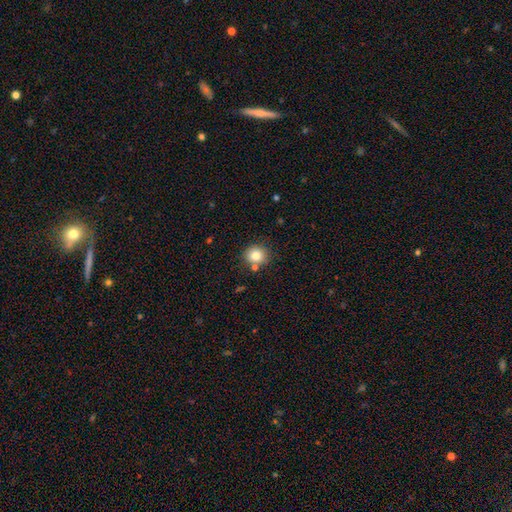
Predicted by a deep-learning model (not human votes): A smooth galaxy with no disk features (81%) that is round (82%).

Vote fractions:
- Smooth or featured? smooth: 81% / star or artifact: 11% / featured or disk: 8%
- How rounded? round: 82% / in between: 17% / cigar-shaped: 1%
- Merging? none: 77% / minor disturbance: 11% / merger: 10% / major disturbance: 3%